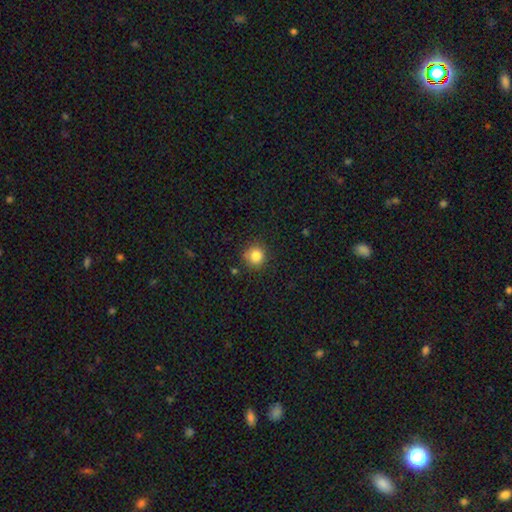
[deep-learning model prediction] Smooth or featured? smooth (83%)
How rounded? round (92%)
Merging? none (83%)